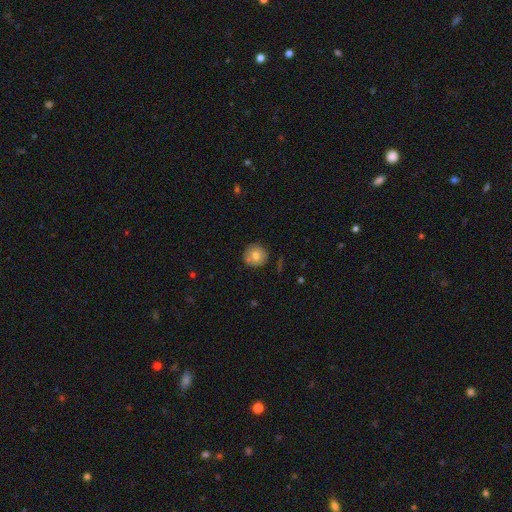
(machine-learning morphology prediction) Smooth or featured? Predicted: smooth (p=0.75). How rounded? Predicted: round (p=0.94). Merging? Predicted: none (p=0.82).